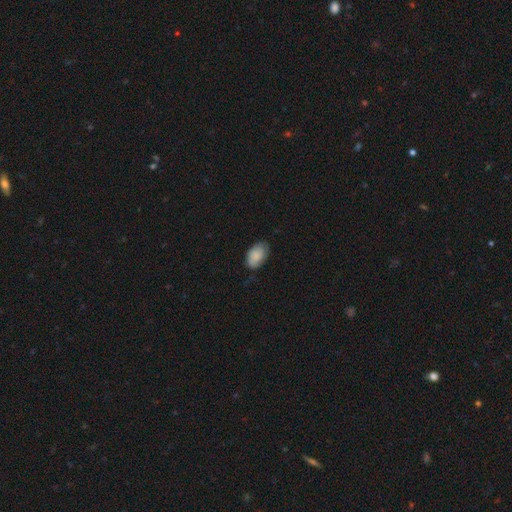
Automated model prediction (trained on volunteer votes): This is clearly a smooth galaxy (84%). How rounded: clearly in between (92%). Merging: likely none (71%).